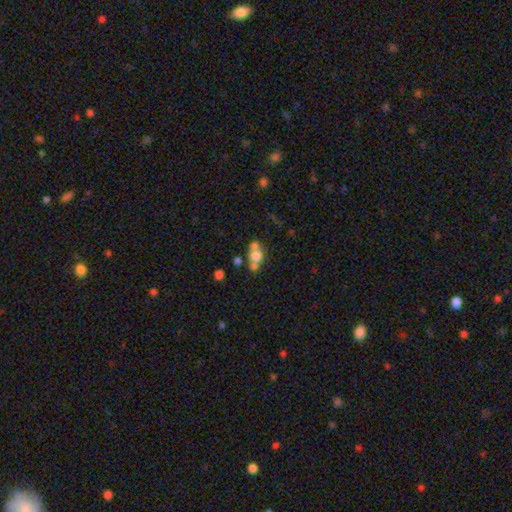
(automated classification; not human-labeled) This appears to be a smooth galaxy with no disk features (60%) that is round (57%). Merging: merger (47%).